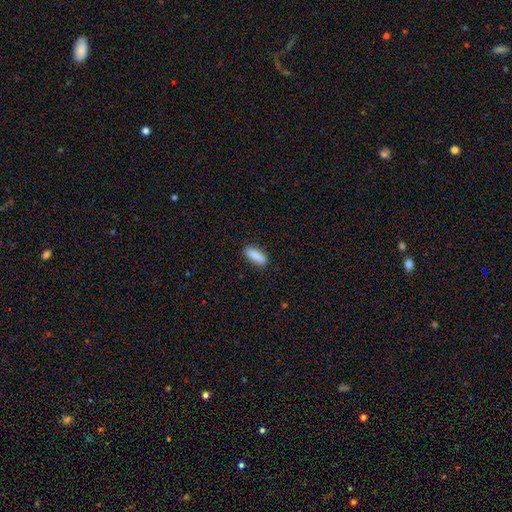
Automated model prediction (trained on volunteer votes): Q: Smooth or featured?
A: smooth (86%); runner-up: star or artifact (7%)
Q: How rounded?
A: in between (52%); runner-up: cigar-shaped (46%)
Q: Merging?
A: none (85%); runner-up: minor disturbance (11%)